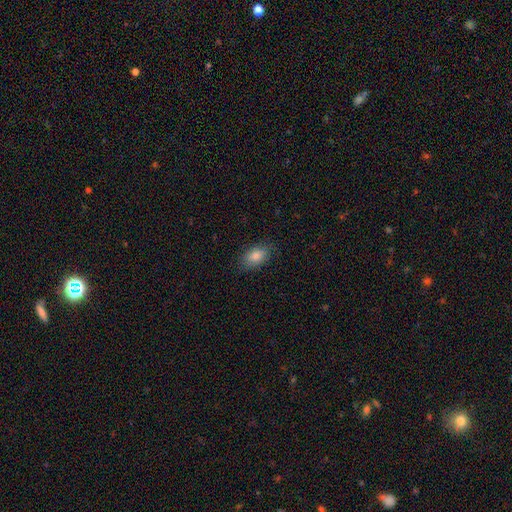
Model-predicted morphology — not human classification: type=smooth (82%); roundness=in between (89%); merging=none (83%).